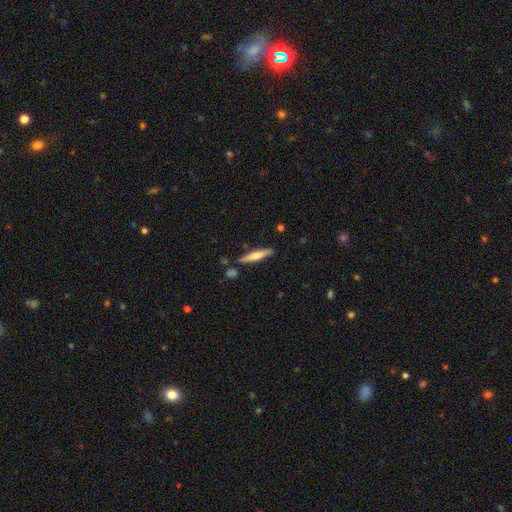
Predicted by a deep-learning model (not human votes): smooth-or-featured: smooth: 53% | featured or disk: 41% | star or artifact: 6%
  how-rounded: cigar-shaped: 88% | in between: 11% | round: 2%
  merging: none: 85% | minor disturbance: 9% | merger: 4% | major disturbance: 2%